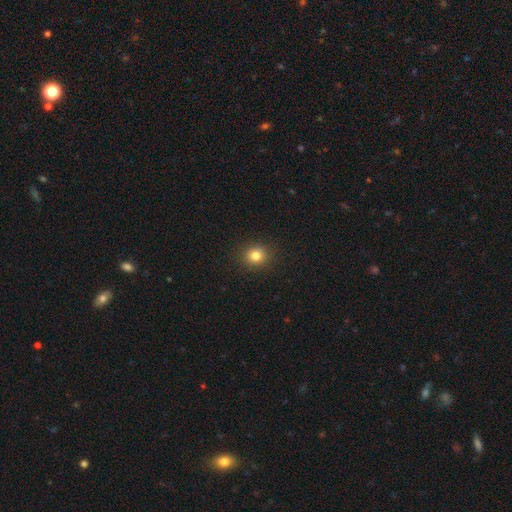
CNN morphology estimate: Overall: smooth (82%). How rounded: round (83%). Merging: none (91%).